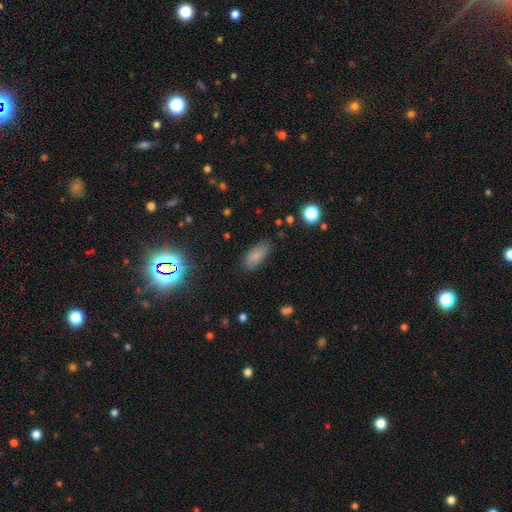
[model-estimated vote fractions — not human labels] smooth-or-featured: smooth: 79% | star or artifact: 12% | featured or disk: 9%
  how-rounded: in between: 86% | cigar-shaped: 11% | round: 3%
  merging: none: 77% | minor disturbance: 17% | major disturbance: 4% | merger: 2%